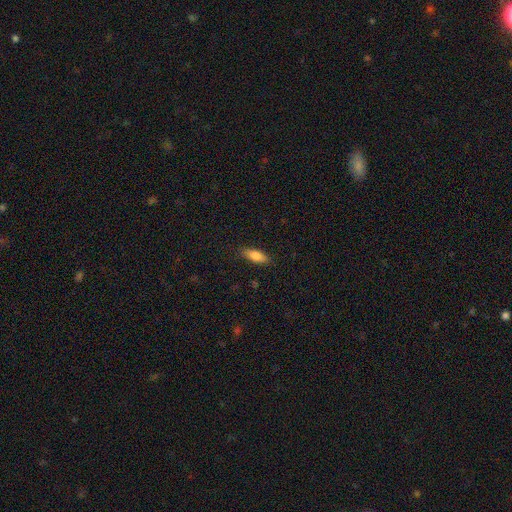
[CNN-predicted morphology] type=smooth (80%); roundness=in between (69%); merging=none (85%).